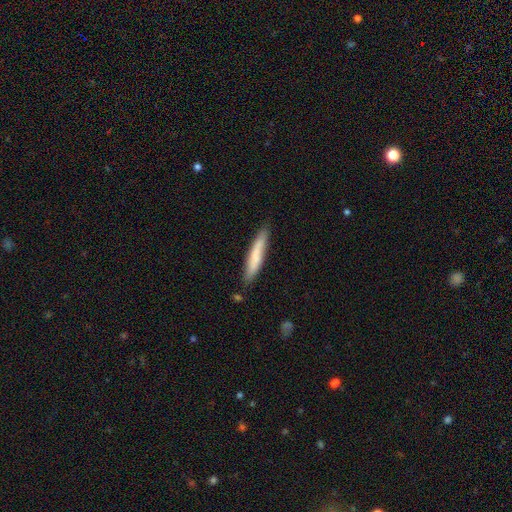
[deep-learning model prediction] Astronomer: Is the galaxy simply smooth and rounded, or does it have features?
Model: smooth — 69%.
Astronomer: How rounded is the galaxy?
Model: cigar-shaped — 91%.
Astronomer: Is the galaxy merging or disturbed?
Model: none — 80%.